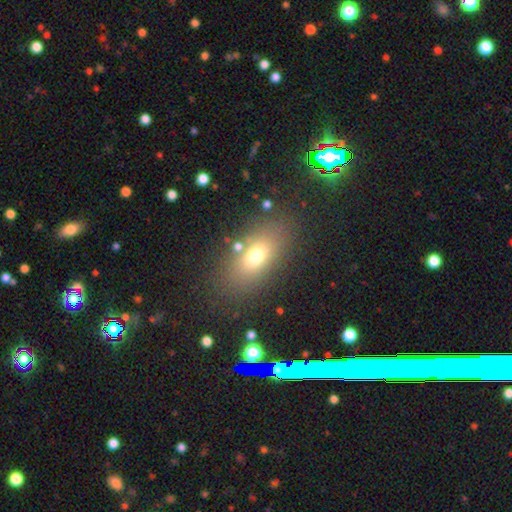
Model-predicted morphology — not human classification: Smooth or featured? smooth (69%)
How rounded? in between (80%)
Merging? none (80%)